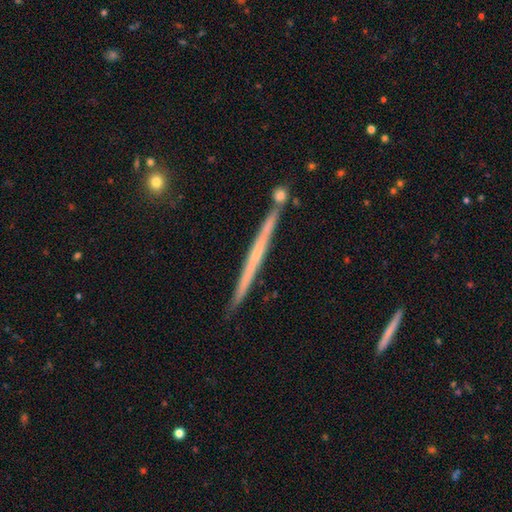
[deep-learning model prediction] Smooth or featured?
  - featured or disk: 66% *
  - smooth: 28%
  - star or artifact: 7%
Edge-on disk?
  - yes: 98% *
  - no: 2%
Edge-on bulge?
  - none: 78% *
  - rounded: 18%
  - boxy: 4%
Merging?
  - none: 86% *
  - minor disturbance: 8%
  - merger: 4%
  - major disturbance: 2%